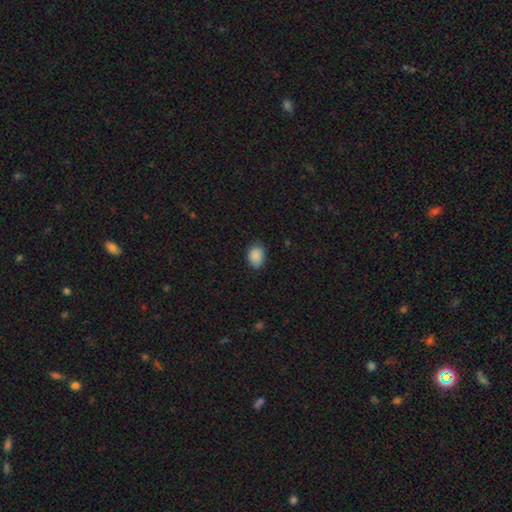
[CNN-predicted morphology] The model was most divided on "how rounded": in between: 74%, round: 25%, cigar-shaped: 1%. More confident: smooth or featured — smooth (89%); merging — none (80%).